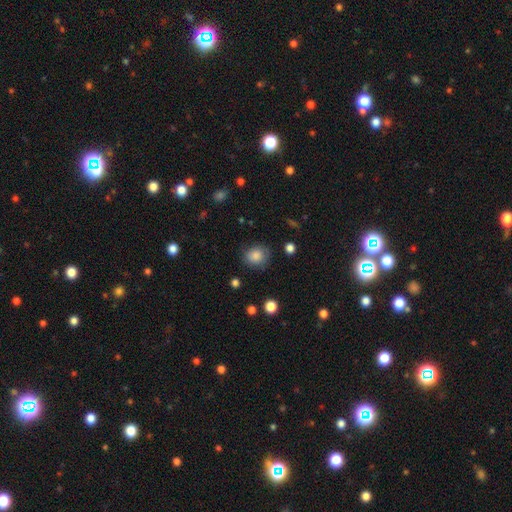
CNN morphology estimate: This appears to be a smooth galaxy with no disk features (82%) that is round (70%). Merging: none (76%).